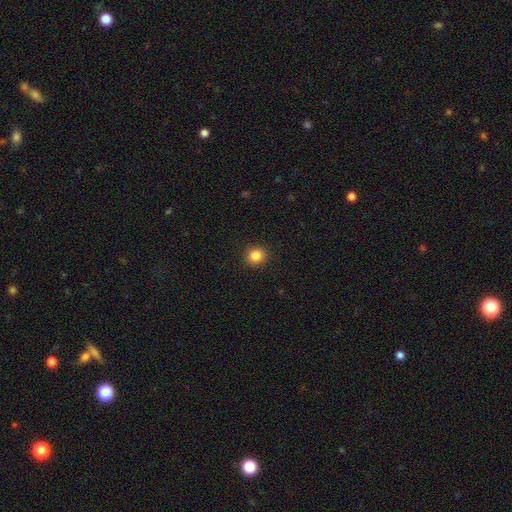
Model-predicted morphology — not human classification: A smooth galaxy with no disk features (85%) that is round (88%). Merging: none (92%).